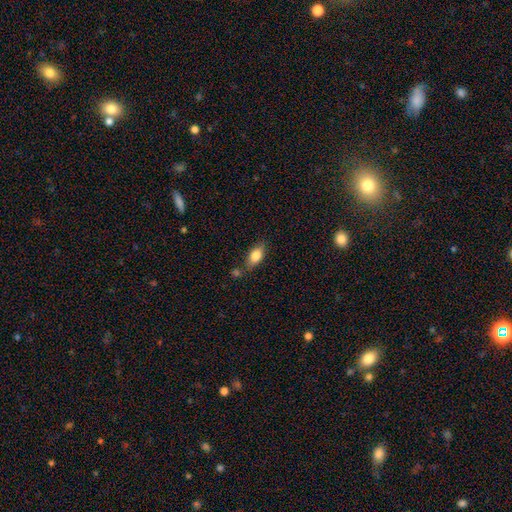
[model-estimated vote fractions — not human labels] smooth 81%, featured or disk 11%, star or artifact 7%. Down the decision tree: how rounded — in between (86%); merging — none (64%).